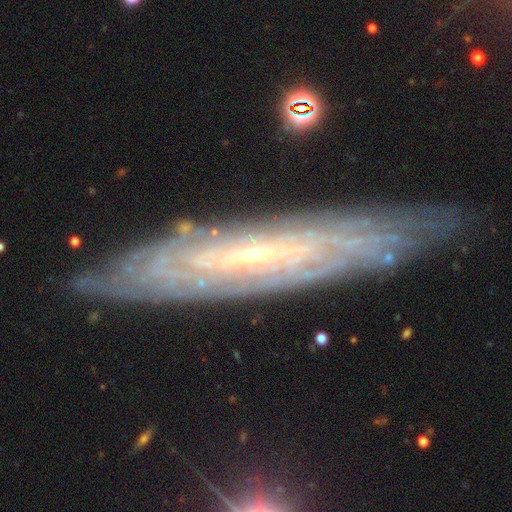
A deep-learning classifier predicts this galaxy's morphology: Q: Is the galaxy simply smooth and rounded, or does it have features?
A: featured or disk — 82%.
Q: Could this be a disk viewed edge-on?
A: no — 67%.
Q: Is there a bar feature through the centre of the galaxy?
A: no — 44%.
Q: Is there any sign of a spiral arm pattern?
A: yes — 93%.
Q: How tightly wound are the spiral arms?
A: tight — 79%.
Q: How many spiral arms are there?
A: can't tell — 59%.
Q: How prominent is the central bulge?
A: small — 81%.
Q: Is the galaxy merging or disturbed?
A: none — 80%.